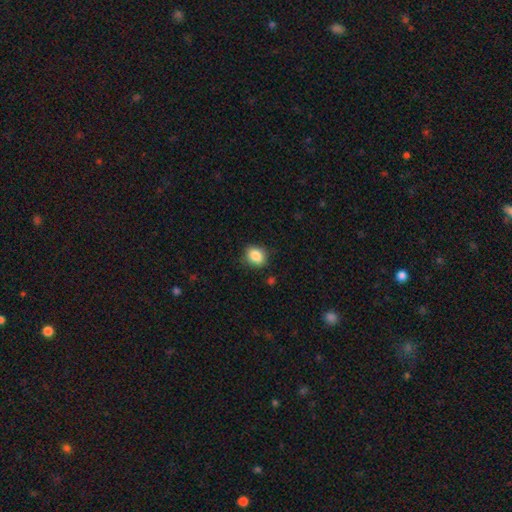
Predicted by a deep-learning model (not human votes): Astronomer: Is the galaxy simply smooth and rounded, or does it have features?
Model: smooth — 87%.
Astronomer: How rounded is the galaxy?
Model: in between — 50% (runner-up: round, 49%).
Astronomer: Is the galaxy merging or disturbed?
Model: none — 83%.